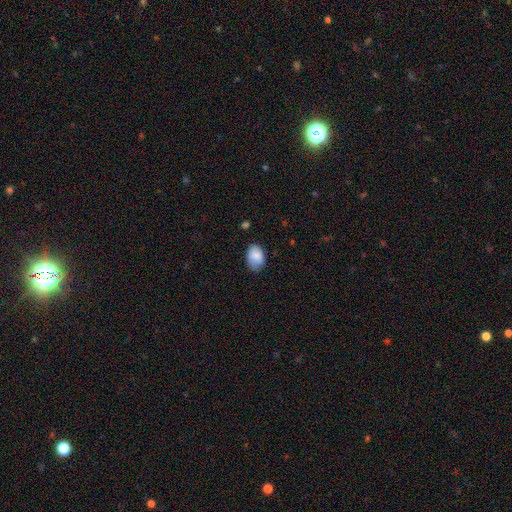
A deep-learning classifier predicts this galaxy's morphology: smooth_or_featured: smooth (p=0.85) [alt: featured or disk p=0.08]
how_rounded: in between (p=0.83) [alt: round p=0.15]
merging: none (p=0.67) [alt: minor disturbance p=0.27]